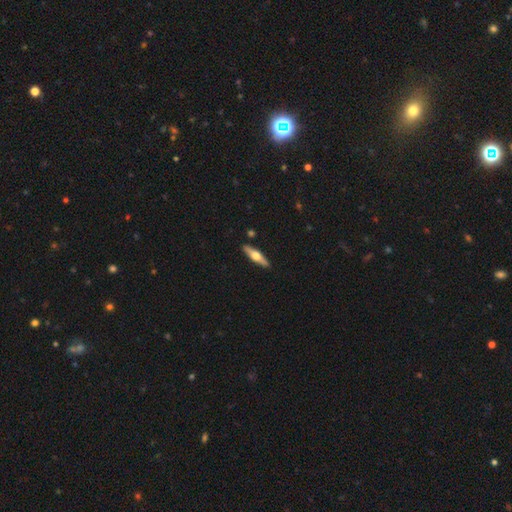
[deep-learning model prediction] Smooth or featured?
  - featured or disk: 58% *
  - smooth: 37%
  - star or artifact: 5%
Edge-on disk?
  - yes: 94% *
  - no: 6%
Edge-on bulge?
  - rounded: 95% *
  - boxy: 3%
  - none: 2%
Merging?
  - none: 91% *
  - minor disturbance: 6%
  - major disturbance: 1%
  - merger: 1%